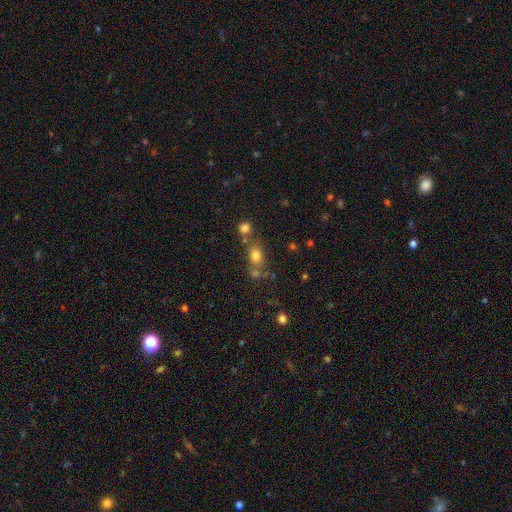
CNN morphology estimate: smooth-or-featured: smooth: 77% | star or artifact: 14% | featured or disk: 9%
  how-rounded: in between: 64% | round: 34% | cigar-shaped: 2%
  merging: none: 57% | merger: 23% | minor disturbance: 14% | major disturbance: 6%